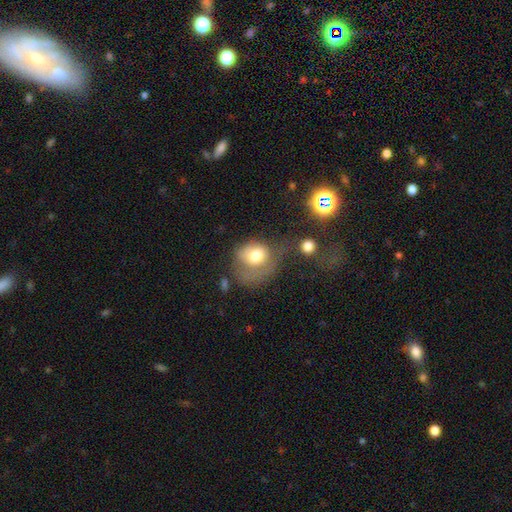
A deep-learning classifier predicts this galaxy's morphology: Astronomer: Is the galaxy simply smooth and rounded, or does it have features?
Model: smooth — 68%.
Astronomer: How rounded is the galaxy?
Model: round — 64%.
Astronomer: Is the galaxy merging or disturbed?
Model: major disturbance — 43% (runner-up: minor disturbance, 22%).